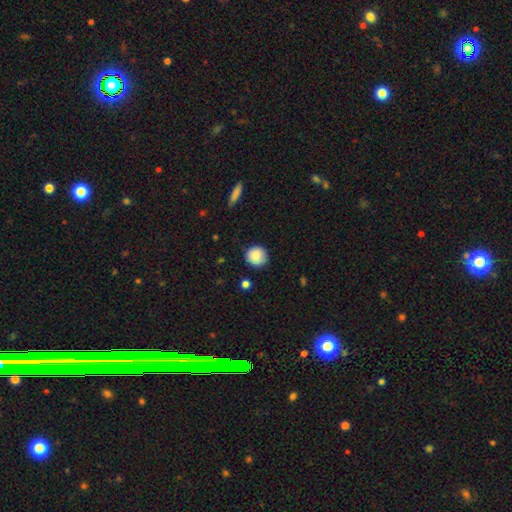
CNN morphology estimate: type=smooth (87%); roundness=round (92%); merging=none (85%).